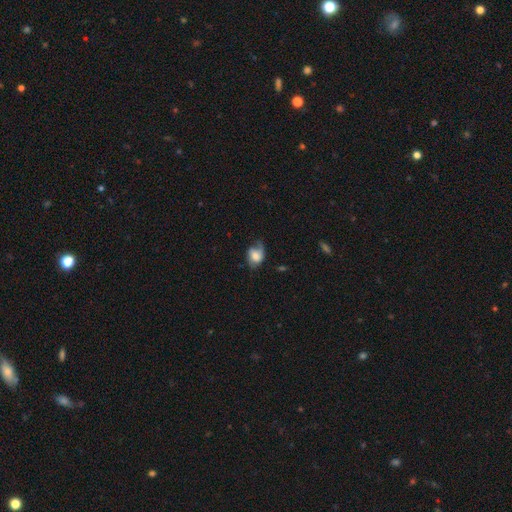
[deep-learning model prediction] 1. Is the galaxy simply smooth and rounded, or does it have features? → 53% smooth, 39% featured or disk, 8% star or artifact.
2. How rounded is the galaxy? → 70% in between, 29% round, 1% cigar-shaped.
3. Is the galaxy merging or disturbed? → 44% none, 34% minor disturbance, 20% major disturbance, 2% merger.